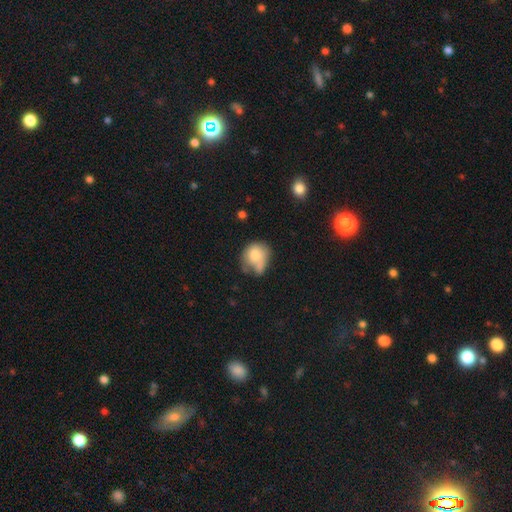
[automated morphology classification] This is likely a smooth galaxy (74%). How rounded: likely round (62%). Merging: marginally none (33%).